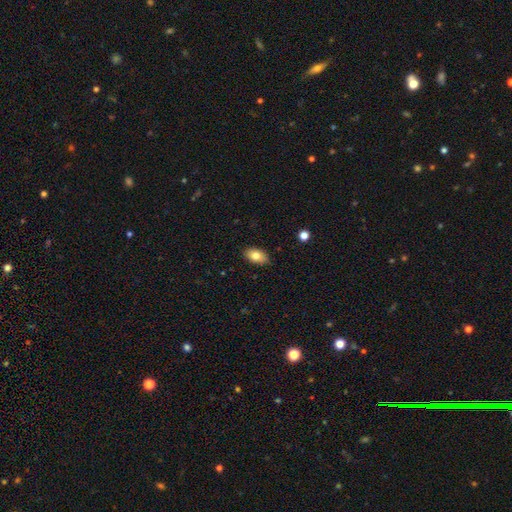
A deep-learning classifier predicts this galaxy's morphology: The model was most divided on "smooth or featured": smooth: 80%, featured or disk: 12%, star or artifact: 8%. More confident: how rounded — in between (91%); merging — none (86%).